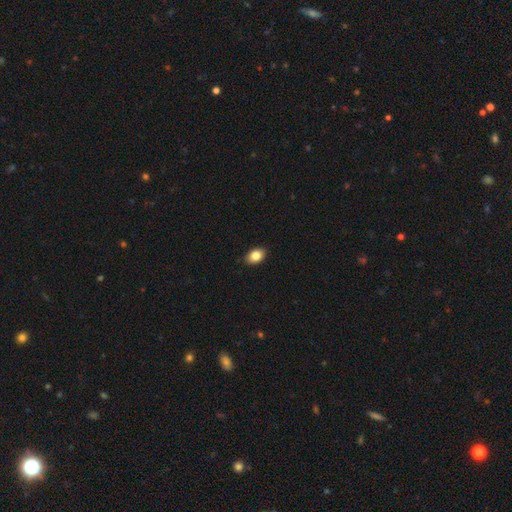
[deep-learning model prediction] Smooth or featured? smooth (85%)
How rounded? in between (83%)
Merging? none (88%)